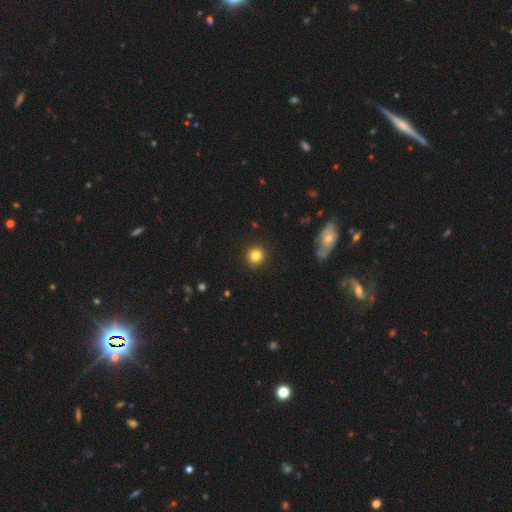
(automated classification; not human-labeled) smooth_or_featured: smooth (p=0.82) [alt: star or artifact p=0.12]
how_rounded: round (p=0.94) [alt: in between p=0.05]
merging: none (p=0.91) [alt: minor disturbance p=0.06]